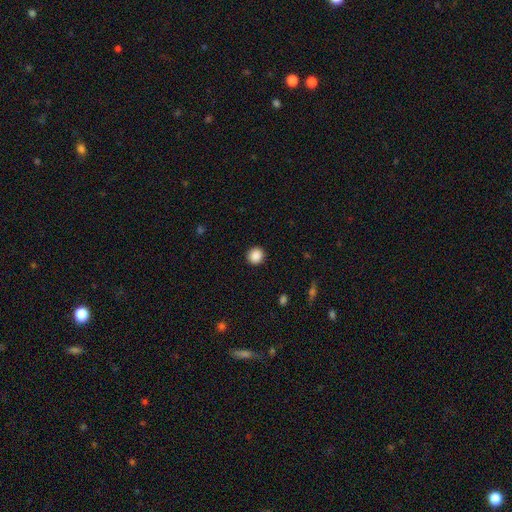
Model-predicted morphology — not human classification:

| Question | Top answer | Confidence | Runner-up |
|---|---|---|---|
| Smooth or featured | smooth | 88% | star or artifact (9%) |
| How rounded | round | 92% | in between (7%) |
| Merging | none | 92% | minor disturbance (5%) |